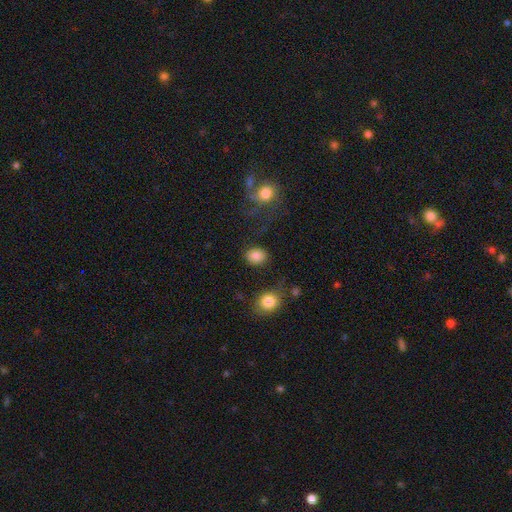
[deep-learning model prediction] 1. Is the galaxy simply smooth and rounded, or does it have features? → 84% smooth, 9% star or artifact, 7% featured or disk.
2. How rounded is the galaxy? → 58% round, 41% in between, 1% cigar-shaped.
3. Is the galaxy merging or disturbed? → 82% none, 10% minor disturbance, 5% major disturbance, 4% merger.